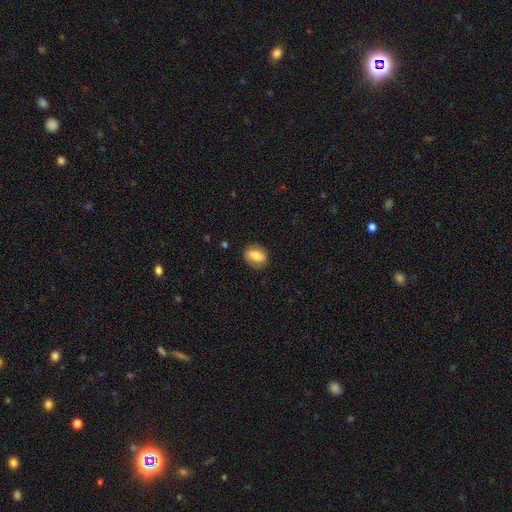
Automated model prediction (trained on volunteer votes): A smooth galaxy with no disk features (73%) that is in between round and cigar-shaped (54%).

Vote fractions:
- Smooth or featured? smooth: 73% / featured or disk: 19% / star or artifact: 8%
- How rounded? in between: 54% / round: 44% / cigar-shaped: 2%
- Merging? none: 85% / minor disturbance: 11% / major disturbance: 3% / merger: 1%